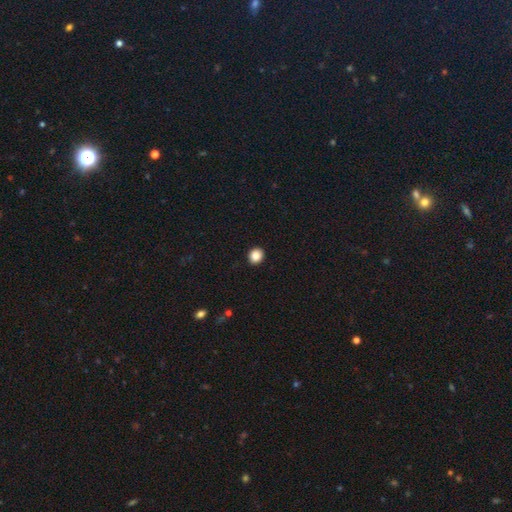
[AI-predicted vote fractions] Q: Smooth or featured?
A: smooth (87%); runner-up: star or artifact (10%)
Q: How rounded?
A: round (79%); runner-up: in between (20%)
Q: Merging?
A: none (93%); runner-up: minor disturbance (5%)